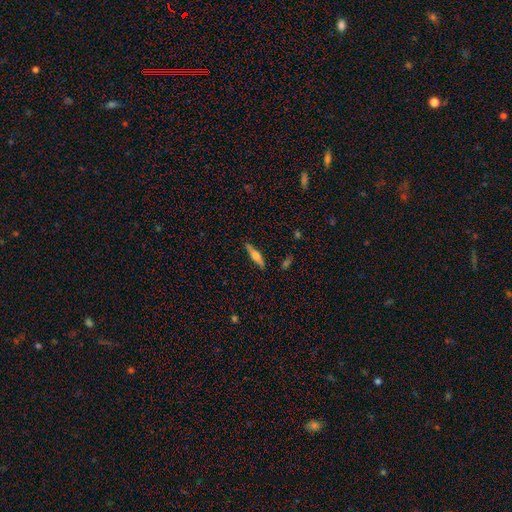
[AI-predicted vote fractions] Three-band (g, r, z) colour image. It shows a featured or disk galaxy (51%) viewed edge-on (95%). Merging: none (86%).